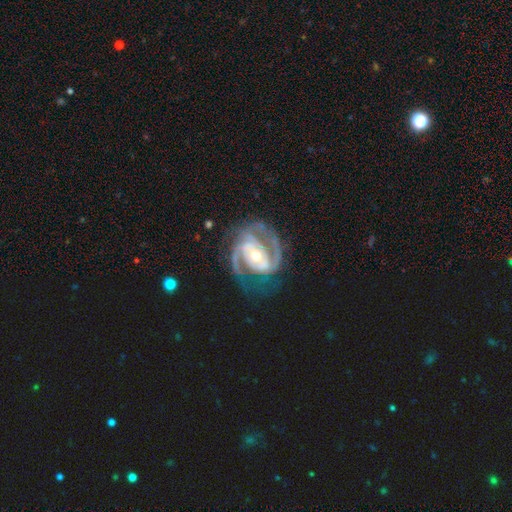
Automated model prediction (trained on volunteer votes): Q: Smooth or featured?
A: featured or disk (92%); runner-up: star or artifact (4%)
Q: Edge-on disk?
A: no (98%); runner-up: yes (2%)
Q: Bar?
A: no (43%); runner-up: weak (33%)
Q: Spiral arms?
A: yes (98%); runner-up: no (2%)
Q: Spiral winding?
A: medium (46%); runner-up: tight (45%)
Q: Spiral arm count?
A: 2 (65%); runner-up: 3 (19%)
Q: Bulge size?
A: moderate (66%); runner-up: small (26%)
Q: Merging?
A: none (72%); runner-up: minor disturbance (16%)